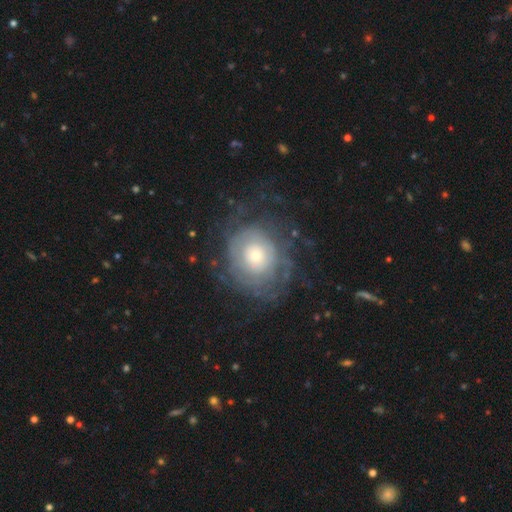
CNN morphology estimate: This is likely a featured or disk galaxy (61%). It is clearly not viewed edge-on (97%). Bar: clearly no (86%). Spiral arm pattern: likely yes (66%). Central bulge: possibly small (48%). Merging: likely none (63%).